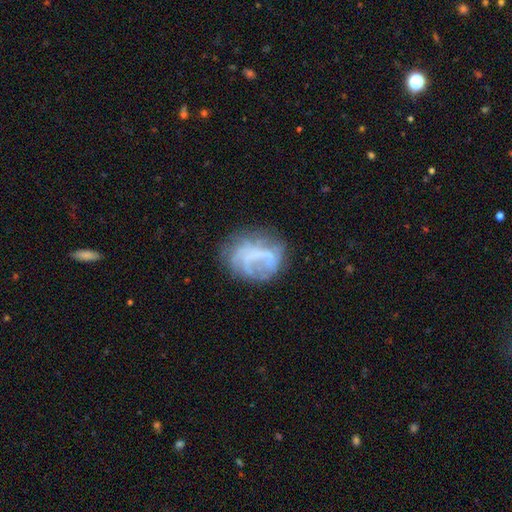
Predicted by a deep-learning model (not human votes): smooth-or-featured: featured or disk: 50% | smooth: 37% | star or artifact: 13%
  disk-edge-on: no: 97% | yes: 3%
  merging: none: 49% | major disturbance: 25% | minor disturbance: 22% | merger: 4%